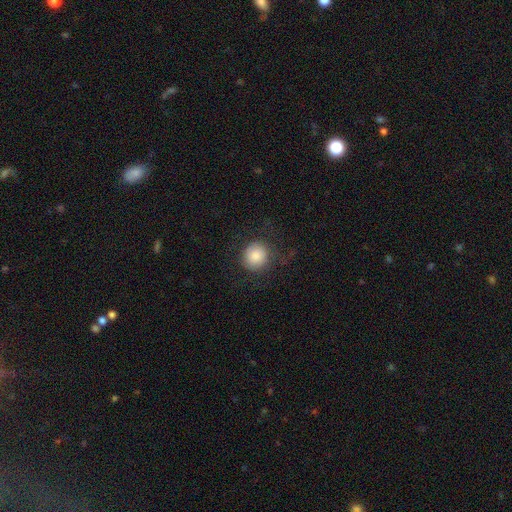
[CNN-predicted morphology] A smooth galaxy with no disk features (84%) that is round (92%). Merging: none (76%).